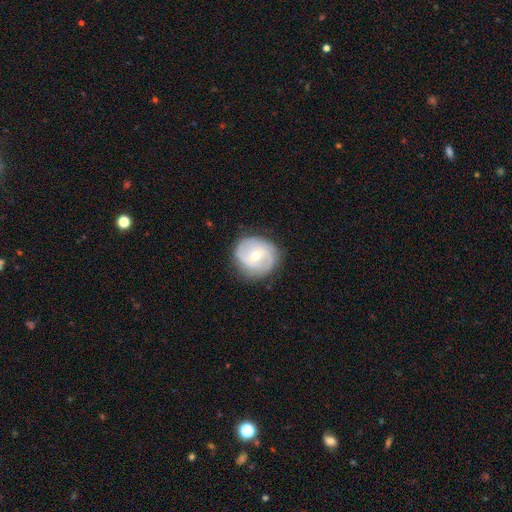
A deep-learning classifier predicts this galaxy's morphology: This is likely a featured or disk galaxy (71%). It is clearly not viewed edge-on (97%). Bar: possibly weak (46%). Spiral arm pattern: clearly yes (85%). Spiral arm count: possibly 2 (57%). Spiral winding: marginally tight (43%). Central bulge: possibly moderate (53%). Merging: clearly none (81%).